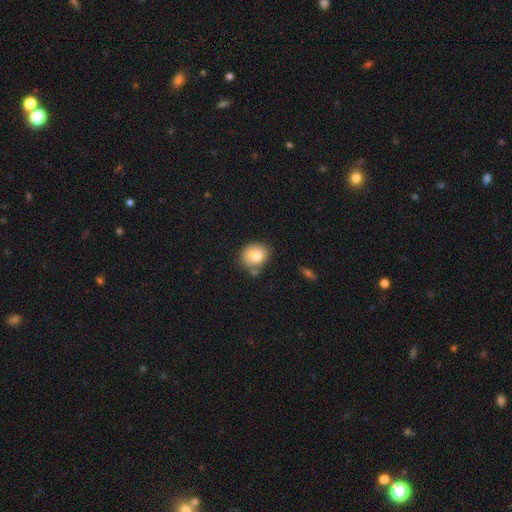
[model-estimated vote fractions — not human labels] A smooth galaxy with no disk features (78%) that is round (59%). Merging: none (62%).